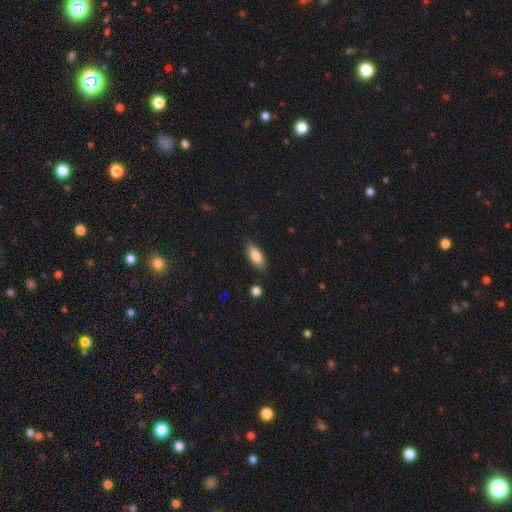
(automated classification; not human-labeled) Morphology: type=smooth (81%); roundness=in between (75%); merging=none (84%).